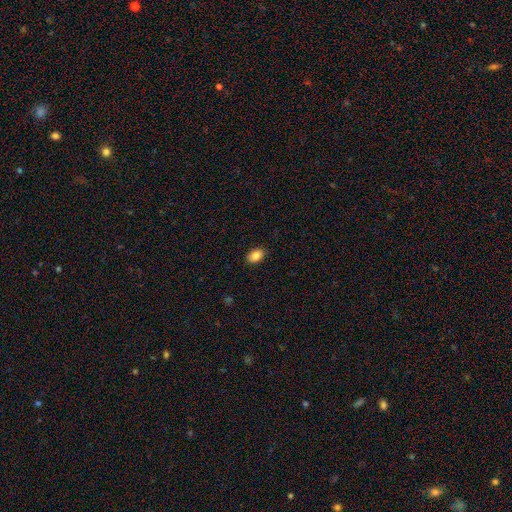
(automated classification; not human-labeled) Q: Smooth or featured?
A: smooth (87%); runner-up: star or artifact (8%)
Q: How rounded?
A: in between (88%); runner-up: round (11%)
Q: Merging?
A: none (89%); runner-up: minor disturbance (8%)